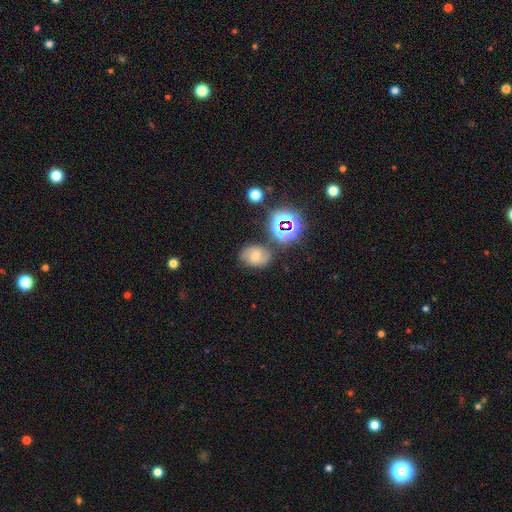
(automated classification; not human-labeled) Q: Smooth or featured?
A: featured or disk (35%); runner-up: star or artifact (34%)
Q: Merging?
A: none (72%); runner-up: minor disturbance (17%)